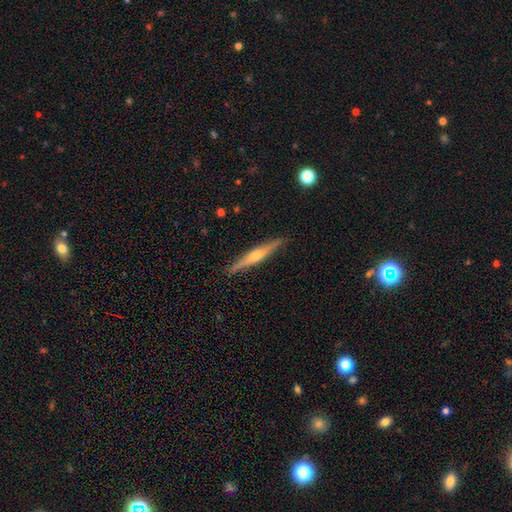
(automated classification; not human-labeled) smooth_or_featured: featured or disk (p=0.68) [alt: smooth p=0.26]
disk_edge_on: yes (p=0.98) [alt: no p=0.02]
edge_on_bulge: rounded (p=0.81) [alt: none p=0.10]
merging: none (p=0.91) [alt: minor disturbance p=0.07]